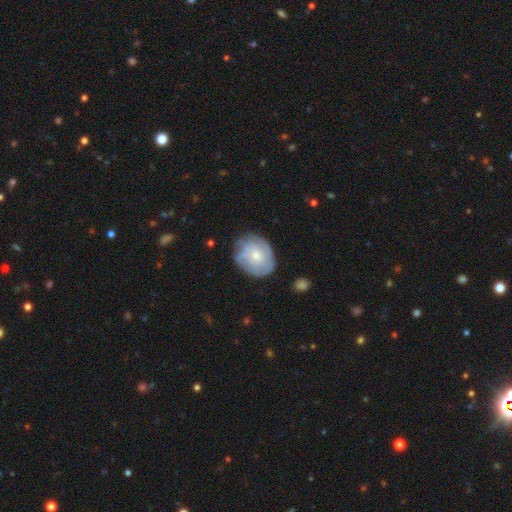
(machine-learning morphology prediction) A smooth galaxy with no disk features (49%). Merging: none (67%).